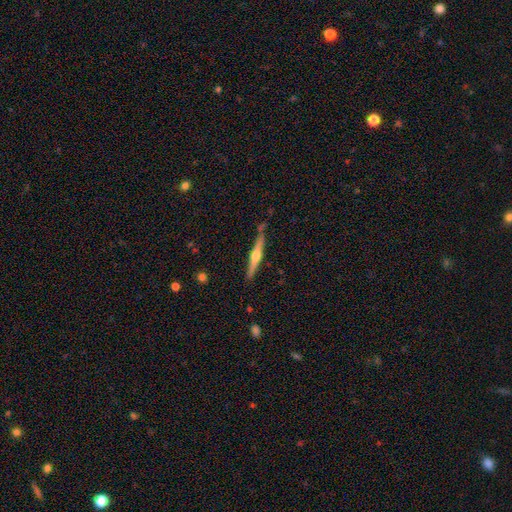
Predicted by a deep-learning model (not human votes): smooth_or_featured: featured or disk (p=0.69) [alt: smooth p=0.26]
disk_edge_on: yes (p=0.98) [alt: no p=0.02]
edge_on_bulge: rounded (p=0.89) [alt: none p=0.06]
merging: none (p=0.83) [alt: minor disturbance p=0.12]